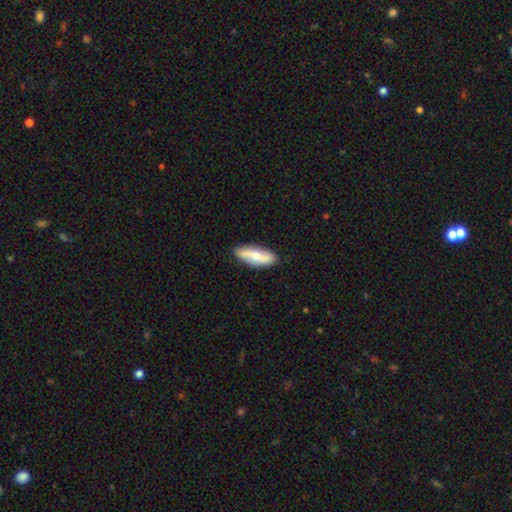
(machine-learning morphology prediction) Smooth or featured: smooth — 52% (featured or disk — 42%)
How rounded: in between — 61% (cigar-shaped — 36%)
Merging: none — 85% (minor disturbance — 12%)